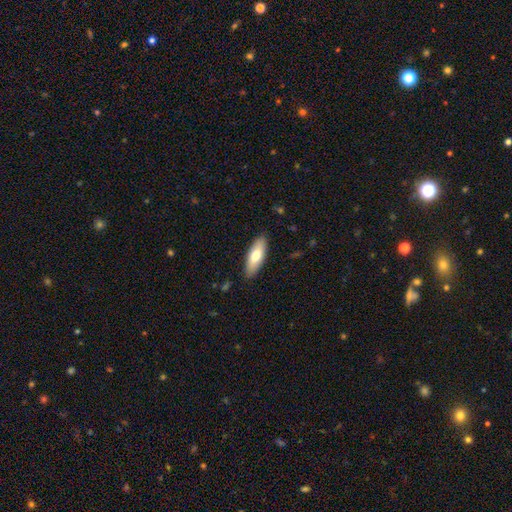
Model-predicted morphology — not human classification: Smooth or featured? smooth (73%)
How rounded? in between (70%)
Merging? none (88%)